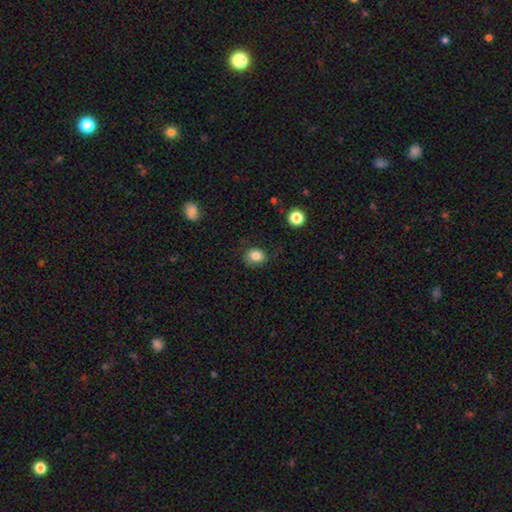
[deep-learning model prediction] A smooth galaxy with no disk features (84%) that is round (56%).

Vote fractions:
- Smooth or featured? smooth: 84% / star or artifact: 10% / featured or disk: 6%
- How rounded? round: 56% / in between: 43% / cigar-shaped: 1%
- Merging? none: 68% / minor disturbance: 23% / major disturbance: 7% / merger: 2%